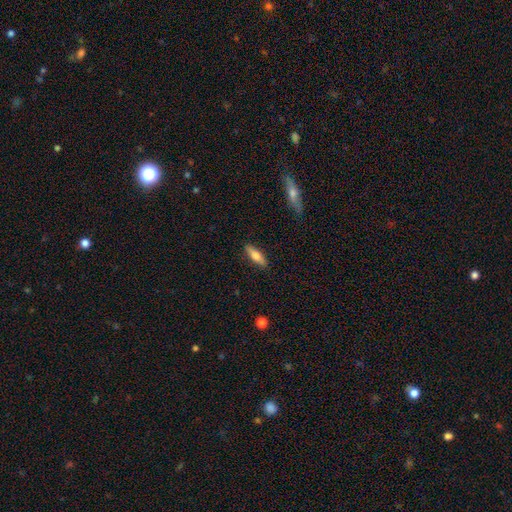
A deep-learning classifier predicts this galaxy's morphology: type=smooth (65%); roundness=cigar-shaped (51%); merging=none (88%).